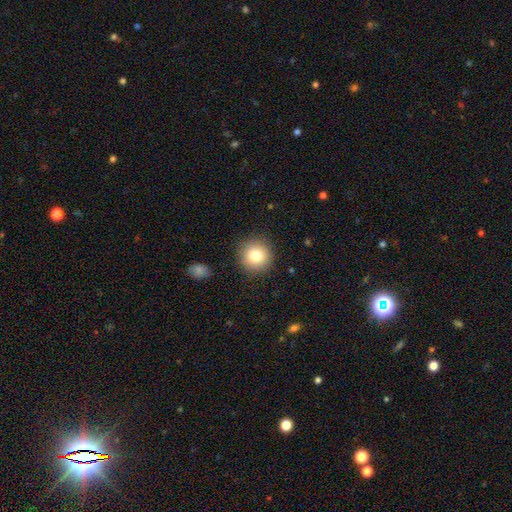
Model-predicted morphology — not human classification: smooth-or-featured: smooth: 81% | star or artifact: 10% | featured or disk: 9%
  how-rounded: round: 93% | in between: 6% | cigar-shaped: 1%
  merging: none: 89% | minor disturbance: 7% | major disturbance: 2% | merger: 1%